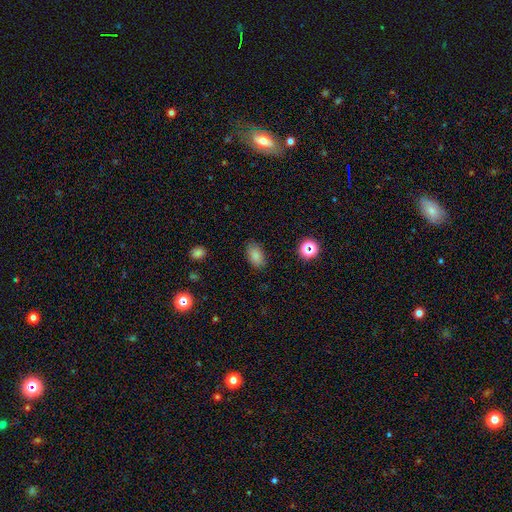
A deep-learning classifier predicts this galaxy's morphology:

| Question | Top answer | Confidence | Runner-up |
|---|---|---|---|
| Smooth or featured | smooth | 83% | star or artifact (11%) |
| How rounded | in between | 90% | round (8%) |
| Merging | none | 84% | minor disturbance (11%) |